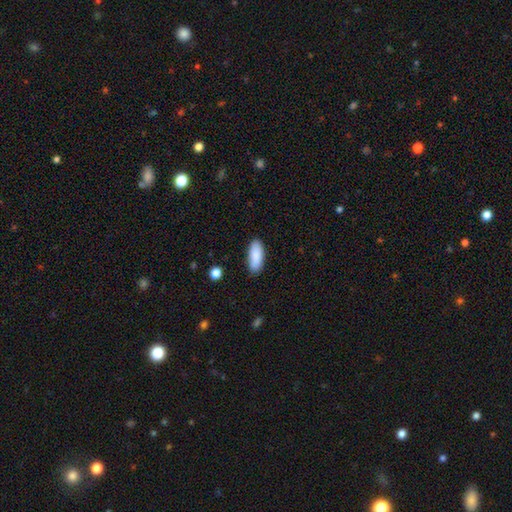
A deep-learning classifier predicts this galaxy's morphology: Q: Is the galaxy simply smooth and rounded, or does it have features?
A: smooth — 89%.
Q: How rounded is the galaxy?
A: in between — 82%.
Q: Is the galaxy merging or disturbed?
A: none — 85%.